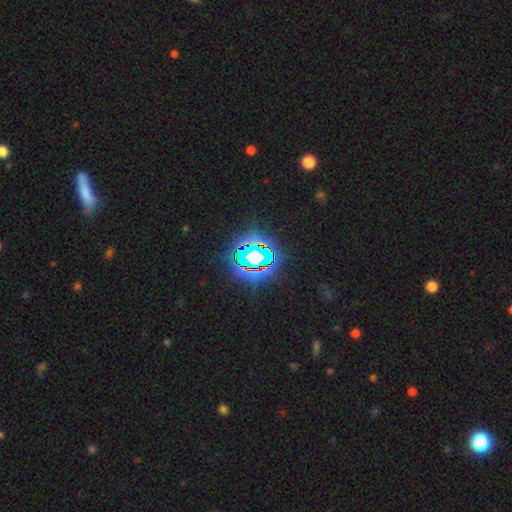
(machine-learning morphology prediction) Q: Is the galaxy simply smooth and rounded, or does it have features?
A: star or artifact — 67%.